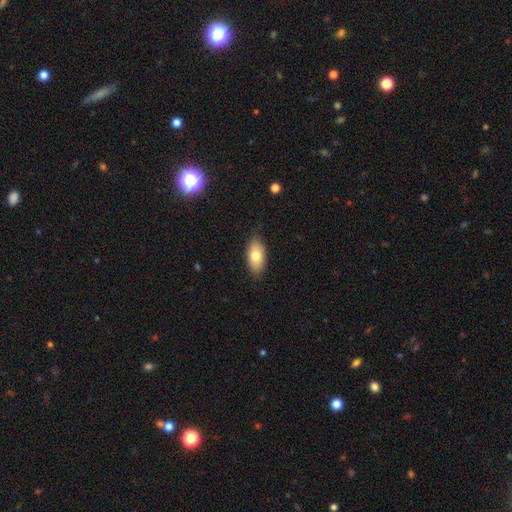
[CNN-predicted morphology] smooth 76%, featured or disk 17%, star or artifact 7%. Down the decision tree: how rounded — in between (90%); merging — none (83%).